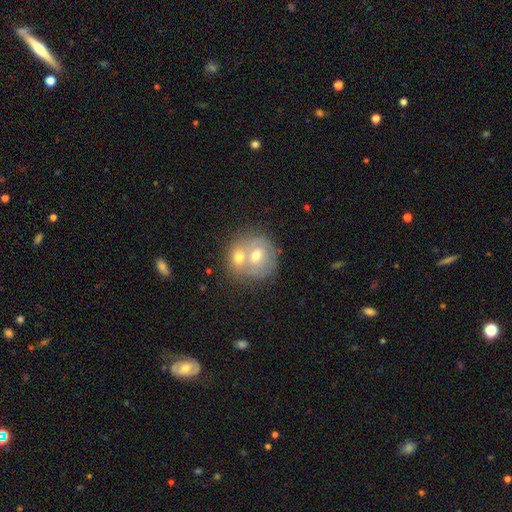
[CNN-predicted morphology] Q: Smooth or featured?
A: smooth (47%); runner-up: featured or disk (44%)
Q: Merging?
A: merger (61%); runner-up: none (28%)